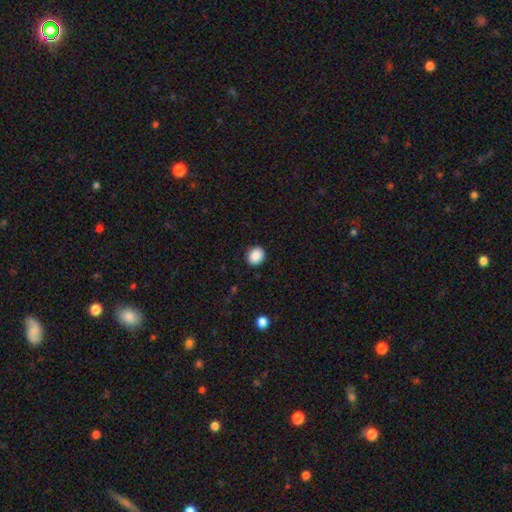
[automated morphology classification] This appears to be a smooth galaxy with no disk features (89%) that is round (68%). Merging: none (89%).